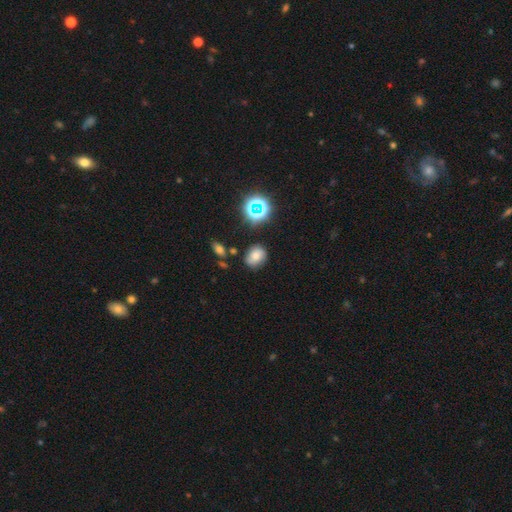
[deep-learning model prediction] A smooth galaxy with no disk features (66%) that is round (53%). Merging: none (76%).